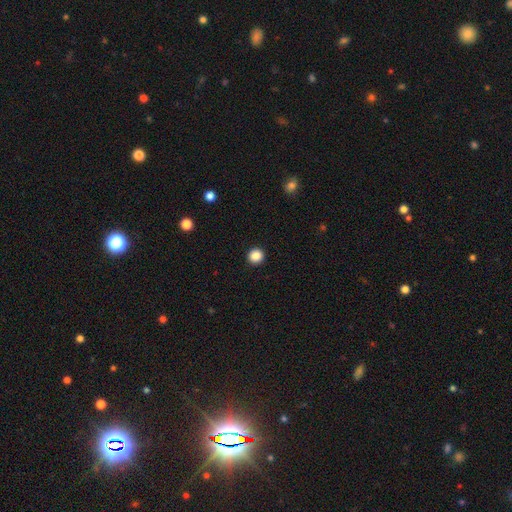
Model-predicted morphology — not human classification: A smooth galaxy with no disk features (87%) that is round (94%).

Vote fractions:
- Smooth or featured? smooth: 87% / star or artifact: 10% / featured or disk: 3%
- How rounded? round: 94% / in between: 5% / cigar-shaped: 1%
- Merging? none: 93% / minor disturbance: 4% / major disturbance: 2% / merger: 1%